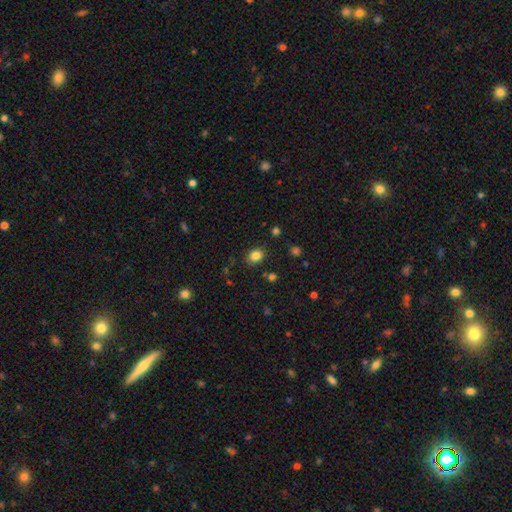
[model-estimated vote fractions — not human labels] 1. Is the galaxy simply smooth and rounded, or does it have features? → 83% smooth, 11% star or artifact, 6% featured or disk.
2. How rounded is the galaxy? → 56% in between, 43% round, 1% cigar-shaped.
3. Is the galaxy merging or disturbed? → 85% none, 10% minor disturbance, 3% major disturbance, 2% merger.